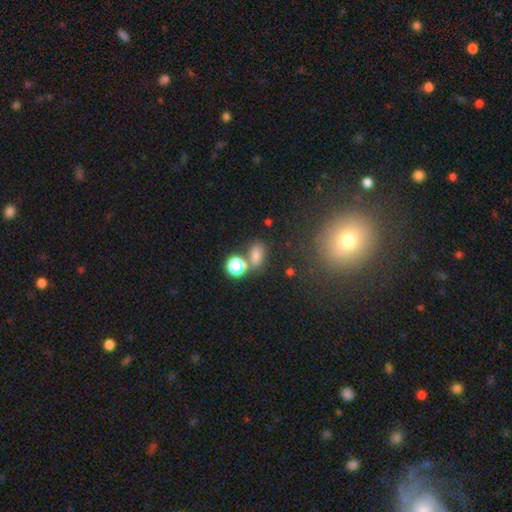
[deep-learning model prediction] This appears to be a smooth galaxy with no disk features (70%) that is in between round and cigar-shaped (73%). Merging: none (61%).